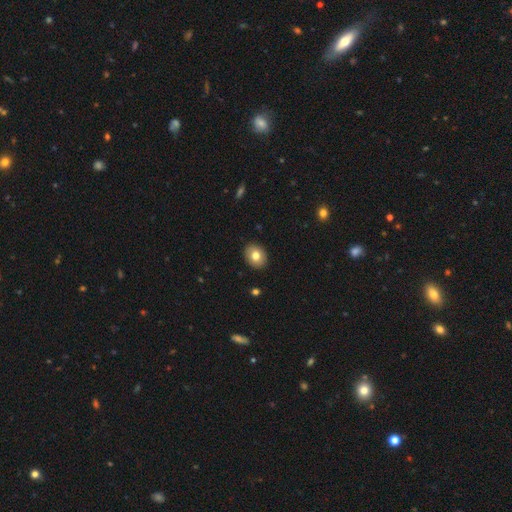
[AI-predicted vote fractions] Smooth or featured? smooth (77%)
How rounded? in between (54%)
Merging? none (90%)